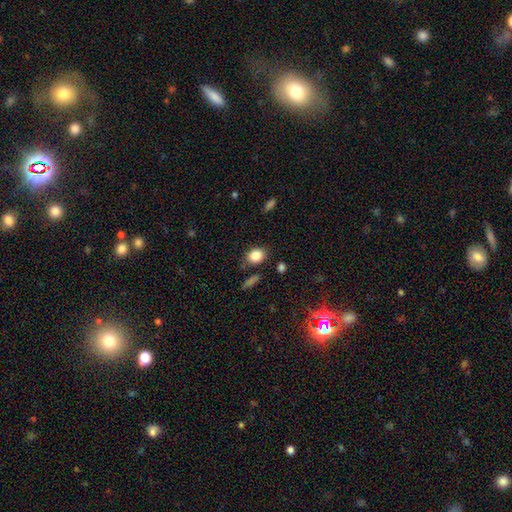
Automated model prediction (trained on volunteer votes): Smooth or featured?
  - smooth: 84% *
  - star or artifact: 10%
  - featured or disk: 6%
How rounded?
  - in between: 51% *
  - round: 48%
  - cigar-shaped: 1%
Merging?
  - none: 78% *
  - minor disturbance: 13%
  - merger: 5%
  - major disturbance: 4%